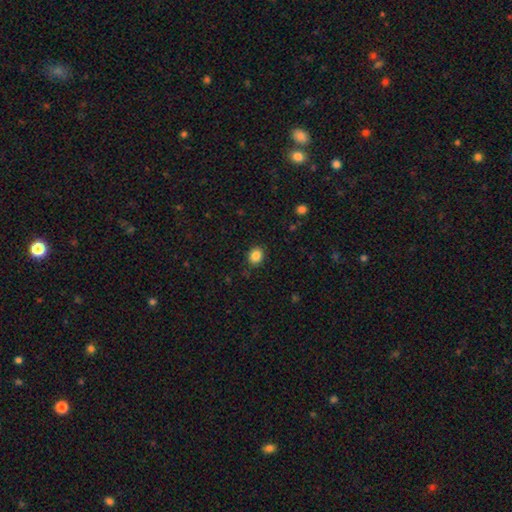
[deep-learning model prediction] The model was most divided on "how rounded": round: 61%, in between: 39%, cigar-shaped: 1%. More confident: merging — none (88%); smooth or featured — smooth (85%).